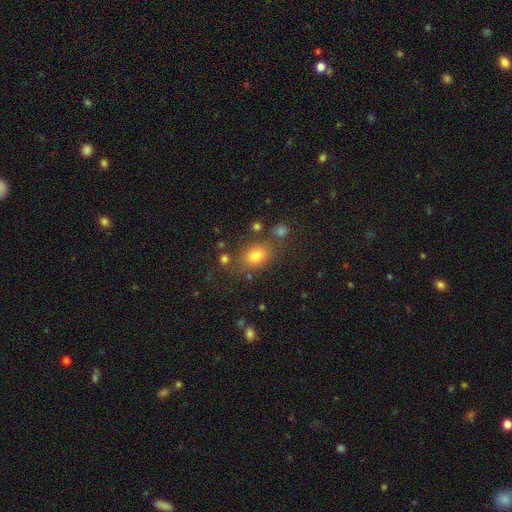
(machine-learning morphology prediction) This is likely a smooth galaxy (76%). How rounded: possibly in between (59%). Merging: likely none (72%).